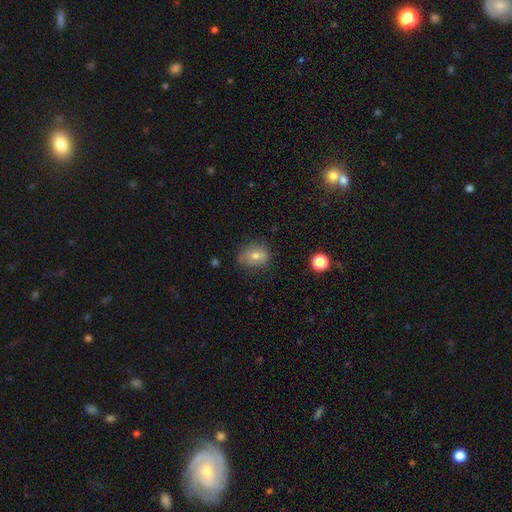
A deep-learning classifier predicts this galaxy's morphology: Smooth or featured?
  - smooth: 71% *
  - featured or disk: 19%
  - star or artifact: 11%
How rounded?
  - round: 59% *
  - in between: 40%
  - cigar-shaped: 1%
Merging?
  - none: 68% *
  - minor disturbance: 25%
  - major disturbance: 6%
  - merger: 2%